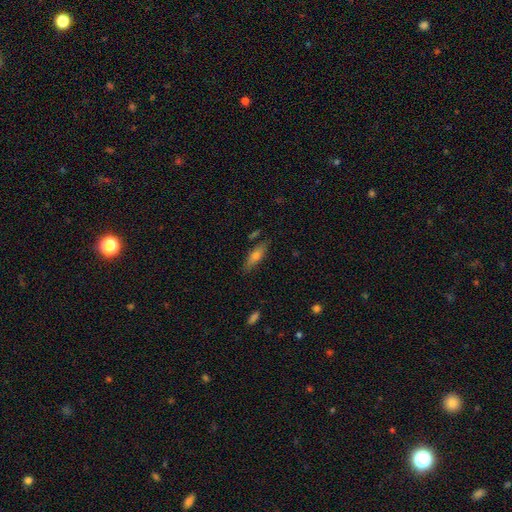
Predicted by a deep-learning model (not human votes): Smooth or featured: smooth — 63% (featured or disk — 29%)
How rounded: cigar-shaped — 49% (tied with in between — 49%)
Merging: none — 81% (minor disturbance — 13%)